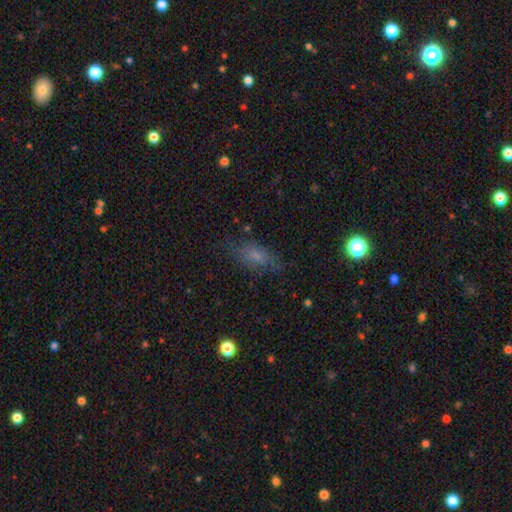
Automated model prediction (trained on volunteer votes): Smooth or featured? Predicted: smooth (p=0.66). How rounded? Predicted: in between (p=0.75). Merging? Predicted: none (p=0.70).